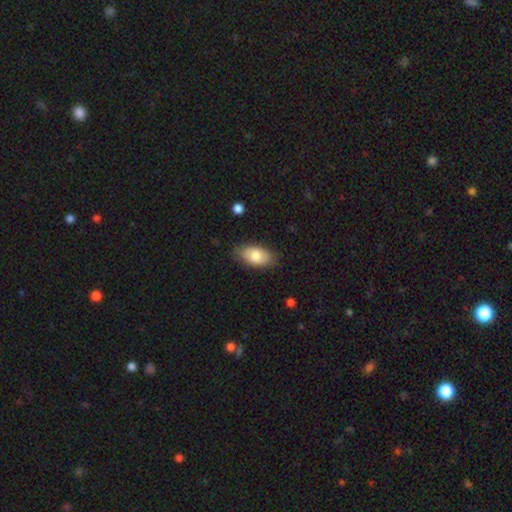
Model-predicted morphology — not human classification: Smooth or featured: smooth — 81% (featured or disk — 13%)
How rounded: in between — 93% (round — 4%)
Merging: none — 81% (minor disturbance — 14%)